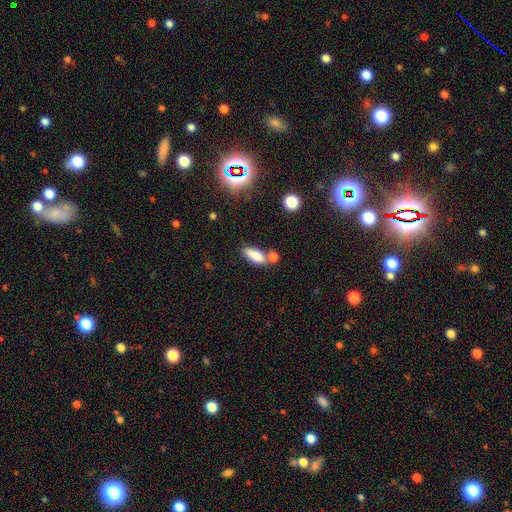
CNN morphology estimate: smooth_or_featured: smooth (p=0.81) [alt: featured or disk p=0.10]
how_rounded: in between (p=0.77) [alt: cigar-shaped p=0.20]
merging: none (p=0.53) [alt: merger p=0.29]